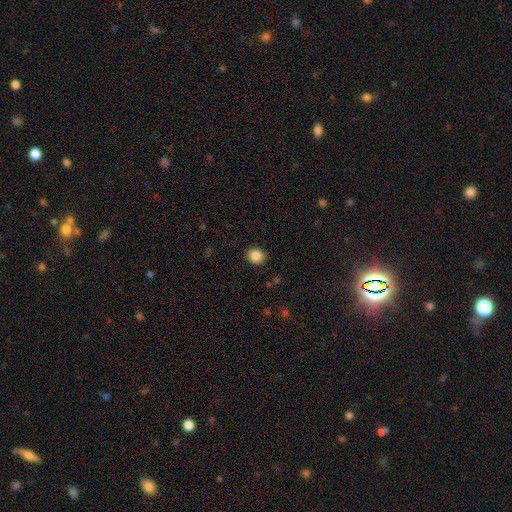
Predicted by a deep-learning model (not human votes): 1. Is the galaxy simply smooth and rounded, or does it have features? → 87% smooth, 9% star or artifact, 4% featured or disk.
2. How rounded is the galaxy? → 75% round, 24% in between, 1% cigar-shaped.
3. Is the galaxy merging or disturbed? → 90% none, 7% minor disturbance, 2% major disturbance, 1% merger.